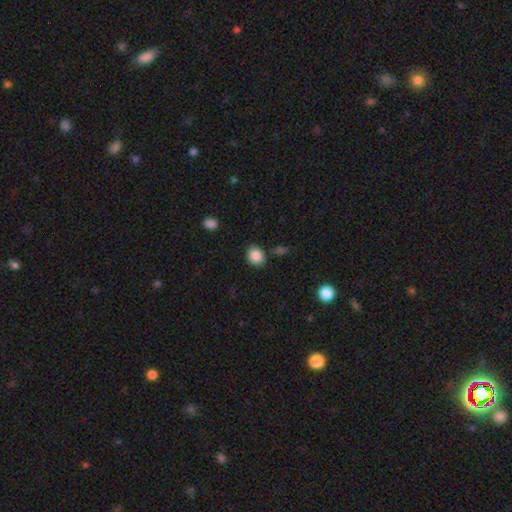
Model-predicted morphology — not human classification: Q: Smooth or featured?
A: smooth (87%); runner-up: star or artifact (9%)
Q: How rounded?
A: round (57%); runner-up: in between (42%)
Q: Merging?
A: none (82%); runner-up: minor disturbance (11%)